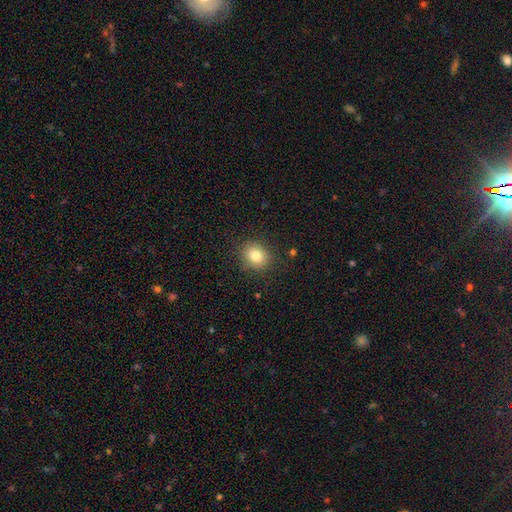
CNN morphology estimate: A smooth galaxy with no disk features (81%) that is round (71%). Merging: none (86%).